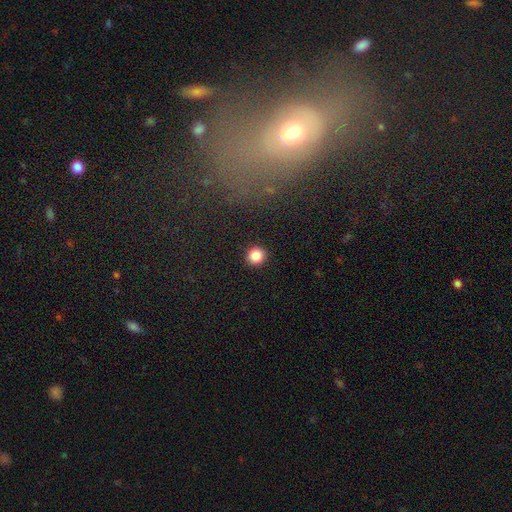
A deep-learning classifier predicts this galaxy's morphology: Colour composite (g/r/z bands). It shows a smooth galaxy with no disk features (86%) that is round (94%). Merging: none (92%).